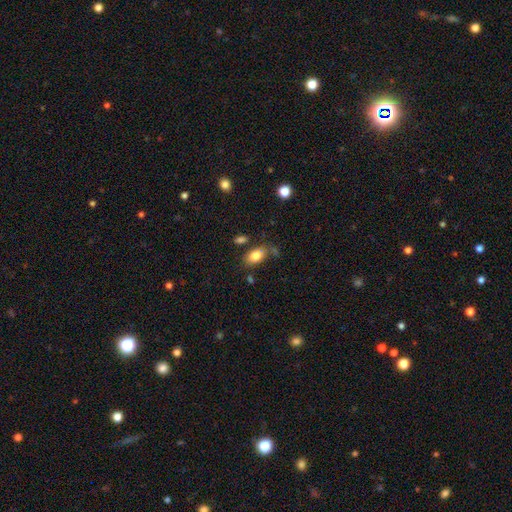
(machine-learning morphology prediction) Smooth or featured? smooth (81%)
How rounded? in between (89%)
Merging? none (68%)